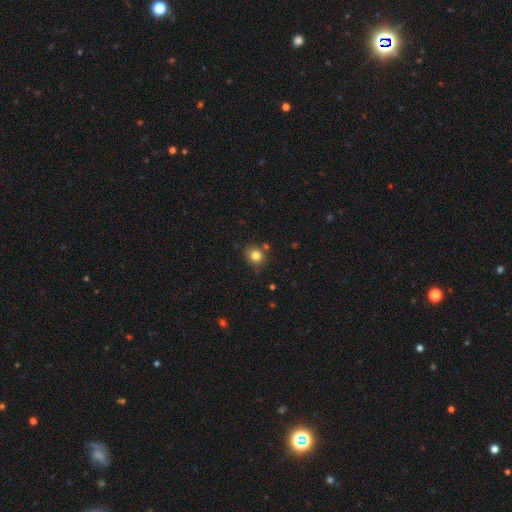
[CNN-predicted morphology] This appears to be a smooth galaxy with no disk features (81%) that is round (81%). Merging: none (76%).